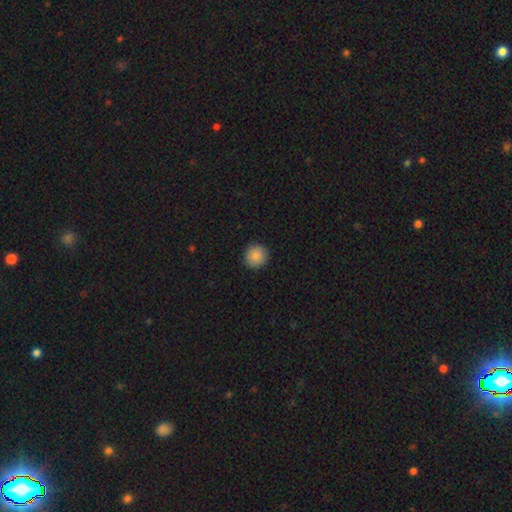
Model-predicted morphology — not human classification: Smooth or featured? smooth (89%)
How rounded? round (94%)
Merging? none (92%)